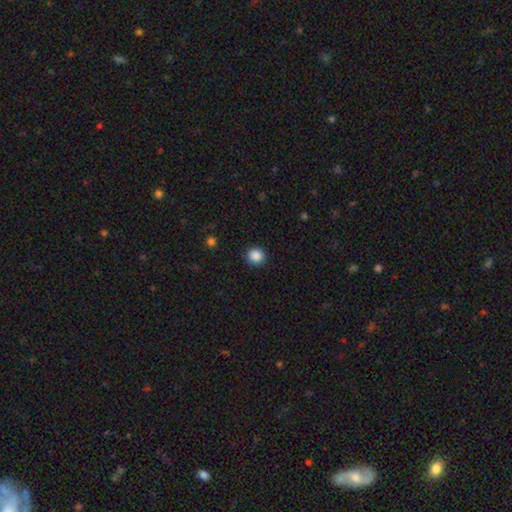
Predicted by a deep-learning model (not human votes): Overall: smooth (87%). How rounded: round (92%). Merging: none (91%).